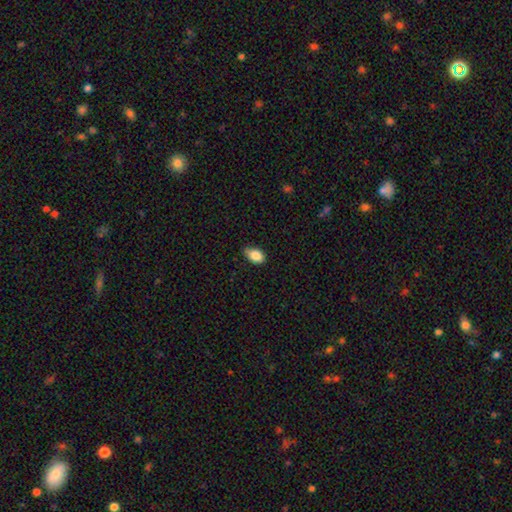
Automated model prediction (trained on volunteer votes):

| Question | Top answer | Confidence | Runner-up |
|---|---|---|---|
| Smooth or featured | smooth | 85% | star or artifact (8%) |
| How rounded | in between | 86% | round (12%) |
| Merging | none | 65% | minor disturbance (30%) |